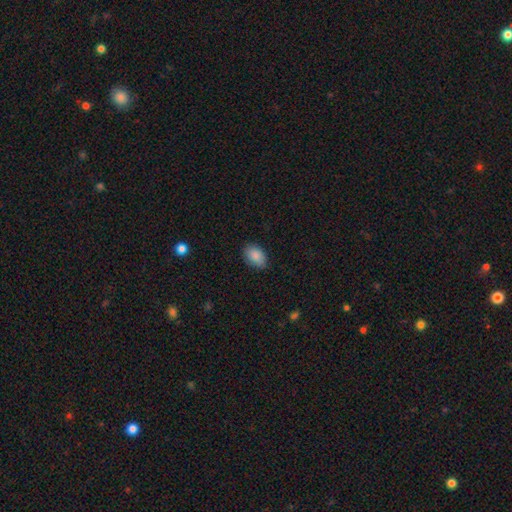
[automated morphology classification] smooth 88%, star or artifact 7%, featured or disk 5%. Down the decision tree: how rounded — in between (89%); merging — none (83%).